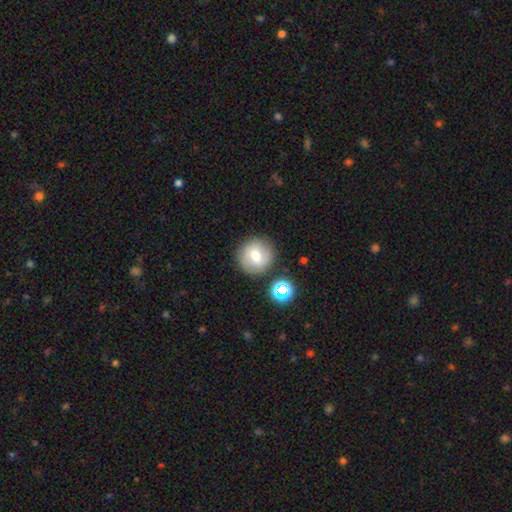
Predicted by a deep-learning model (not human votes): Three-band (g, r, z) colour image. It shows a smooth galaxy with no disk features (68%) that is round (93%). Merging: none (82%).